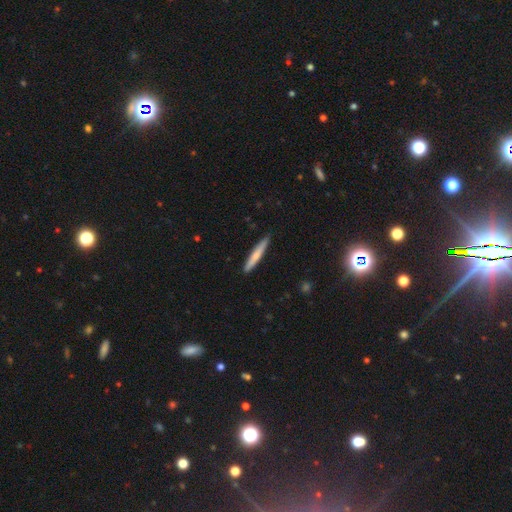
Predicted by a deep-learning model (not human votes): This appears to be a smooth galaxy with no disk features (66%) that is cigar-shaped (94%). Merging: none (89%).